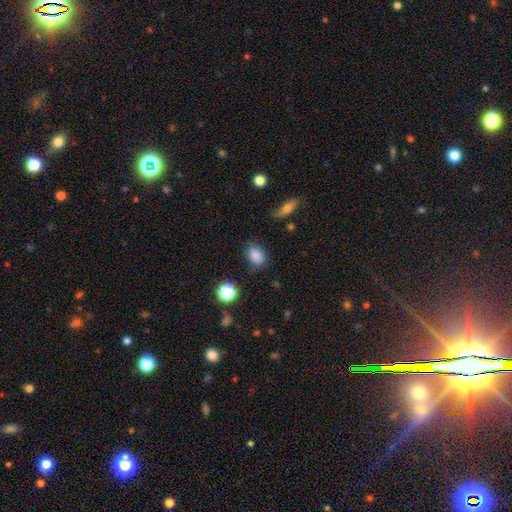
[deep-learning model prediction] Q: Smooth or featured?
A: smooth (84%); runner-up: star or artifact (11%)
Q: How rounded?
A: in between (75%); runner-up: round (24%)
Q: Merging?
A: none (78%); runner-up: minor disturbance (15%)